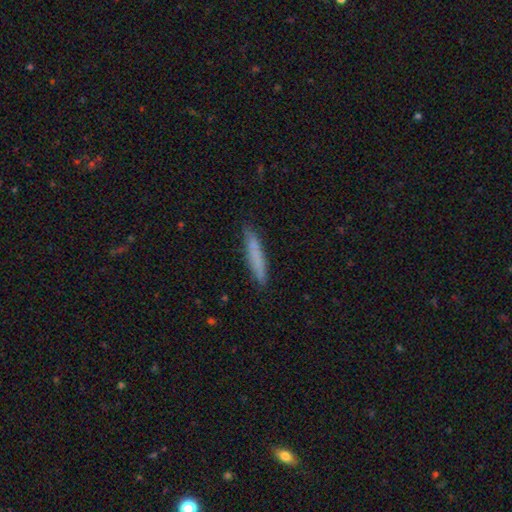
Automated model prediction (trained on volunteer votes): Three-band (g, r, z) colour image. It shows a smooth galaxy with no disk features (74%) that is cigar-shaped (93%). Merging: none (88%).